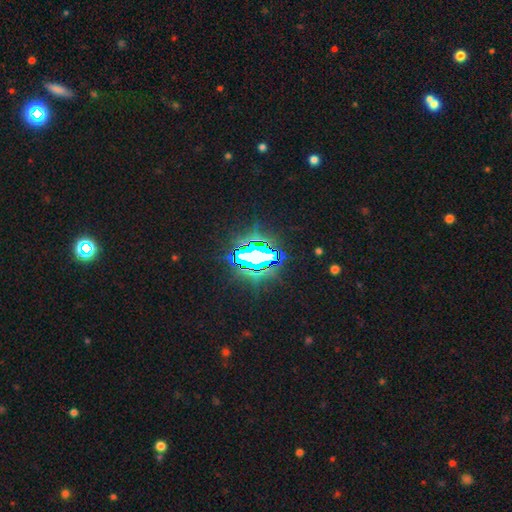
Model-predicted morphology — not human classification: smooth-or-featured: star or artifact: 77% | smooth: 11% | featured or disk: 11%